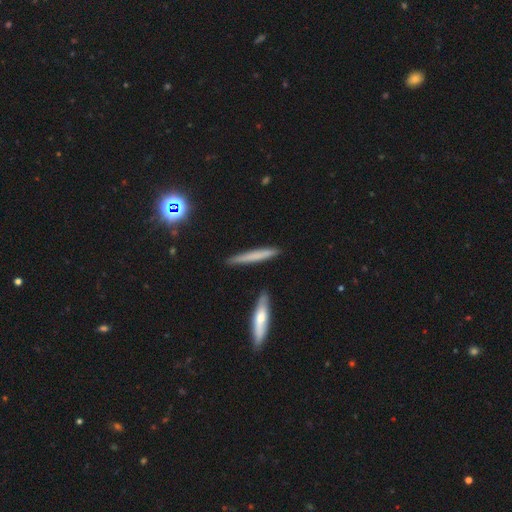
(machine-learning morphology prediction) A smooth galaxy with no disk features (64%) that is cigar-shaped (95%). Merging: none (87%).